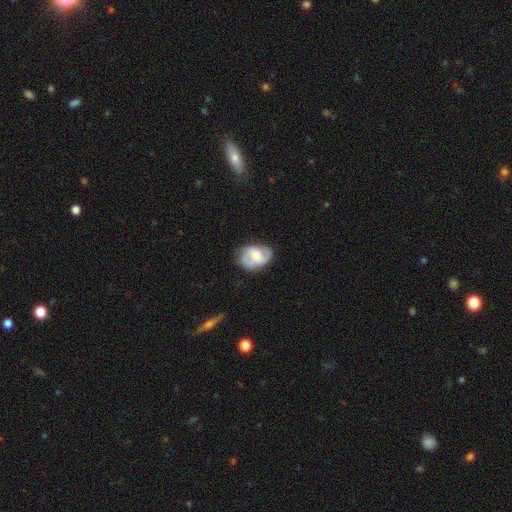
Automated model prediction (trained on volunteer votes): This appears to be a featured or disk galaxy (57%) with no bar (52%), spiral arms (82%) and a moderate central bulge (55%). Merging: none (63%).